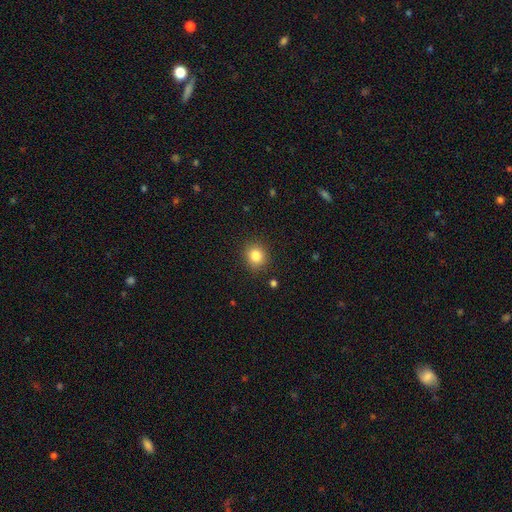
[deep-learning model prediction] smooth 84%, star or artifact 11%, featured or disk 6%. Down the decision tree: how rounded — round (83%); merging — none (89%).